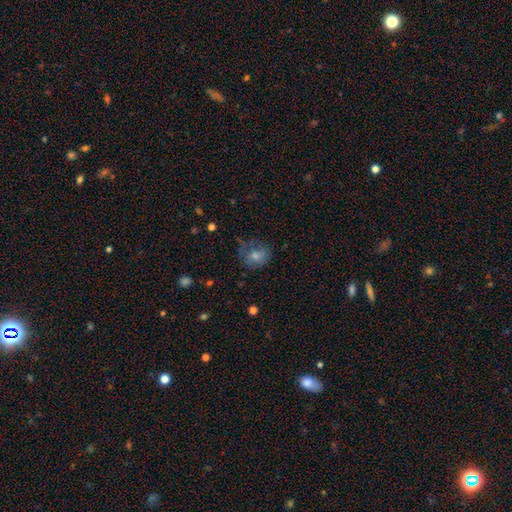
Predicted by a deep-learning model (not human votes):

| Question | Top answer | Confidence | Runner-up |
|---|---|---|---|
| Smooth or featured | smooth | 64% | featured or disk (20%) |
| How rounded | round | 66% | in between (33%) |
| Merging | none | 62% | minor disturbance (24%) |